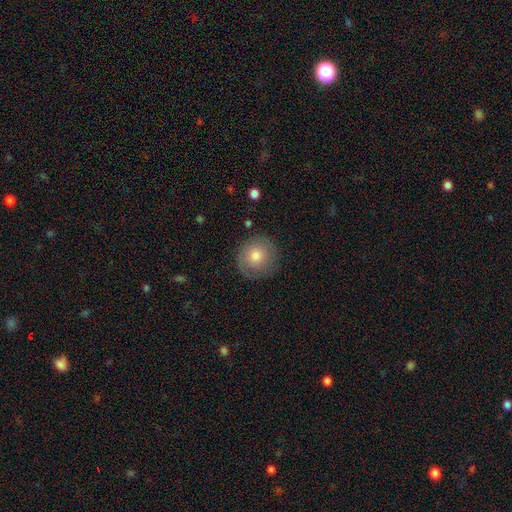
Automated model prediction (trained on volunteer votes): This appears to be a smooth galaxy with no disk features (70%) that is round (93%). Merging: none (84%).